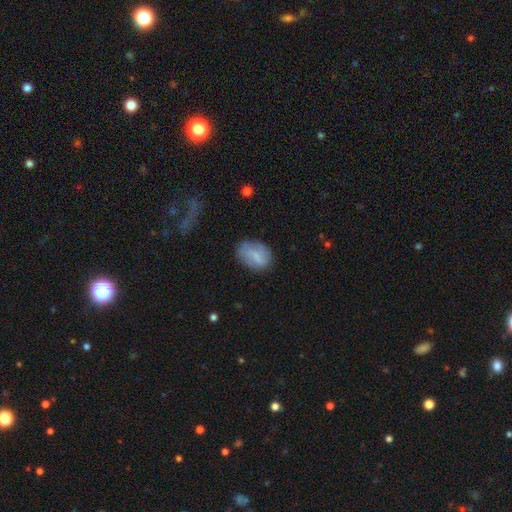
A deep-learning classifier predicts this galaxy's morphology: A smooth galaxy with no disk features (66%) that is in between round and cigar-shaped (81%). Merging: none (67%).